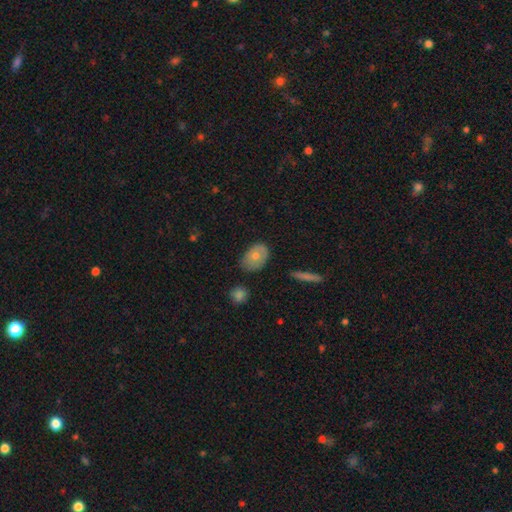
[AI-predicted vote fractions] This is likely a smooth galaxy (68%). How rounded: clearly in between (81%). Merging: likely none (63%).